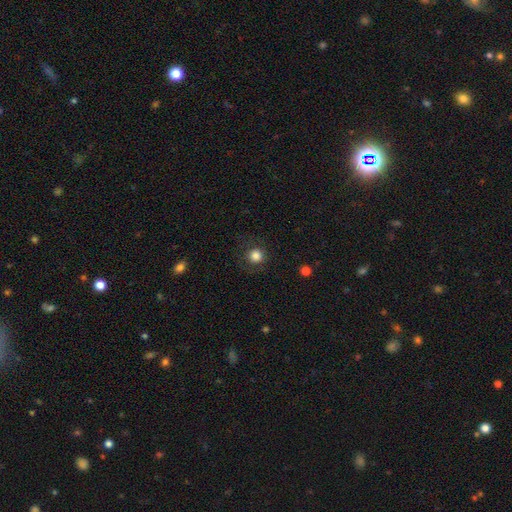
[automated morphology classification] A smooth galaxy with no disk features (84%) that is round (94%).

Vote fractions:
- Smooth or featured? smooth: 84% / star or artifact: 11% / featured or disk: 5%
- How rounded? round: 94% / in between: 5% / cigar-shaped: 1%
- Merging? none: 87% / minor disturbance: 8% / major disturbance: 4% / merger: 1%